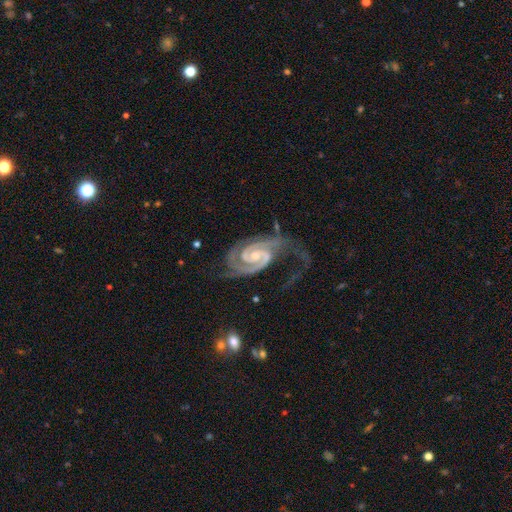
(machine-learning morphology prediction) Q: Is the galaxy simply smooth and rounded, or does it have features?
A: featured or disk — 93%.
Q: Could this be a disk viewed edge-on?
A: no — 98%.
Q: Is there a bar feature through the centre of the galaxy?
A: weak — 43%.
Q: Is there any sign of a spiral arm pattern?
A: yes — 99%.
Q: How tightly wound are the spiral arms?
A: tight — 52%.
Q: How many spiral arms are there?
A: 2 — 84%.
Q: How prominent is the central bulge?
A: small — 56%.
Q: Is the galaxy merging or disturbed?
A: none — 50%.